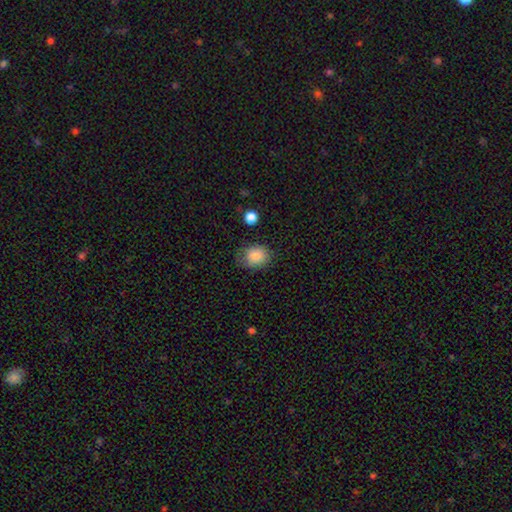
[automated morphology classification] Overall: smooth (84%). How rounded: round (52%; in between 48%). Merging: none (67%).